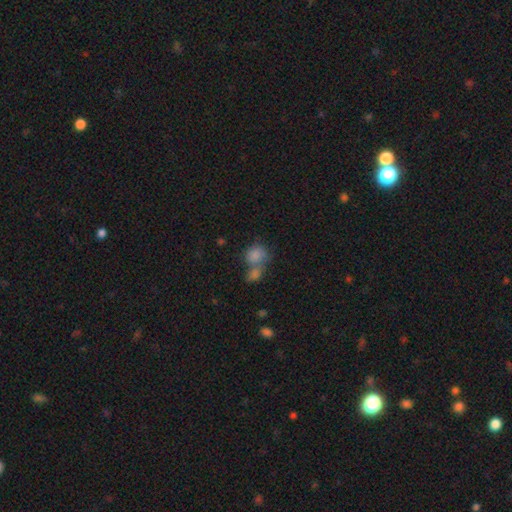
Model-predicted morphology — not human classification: Smooth or featured: smooth — 82% (star or artifact — 10%)
How rounded: round — 55% (in between — 43%)
Merging: merger — 57% (none — 28%)